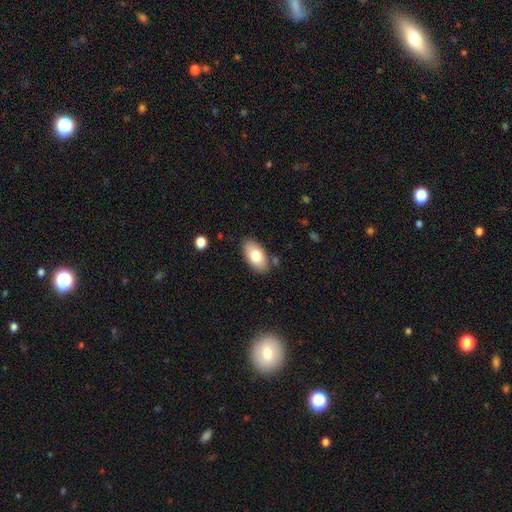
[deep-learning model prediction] Overall: smooth (76%). How rounded: in between (94%). Merging: none (84%).